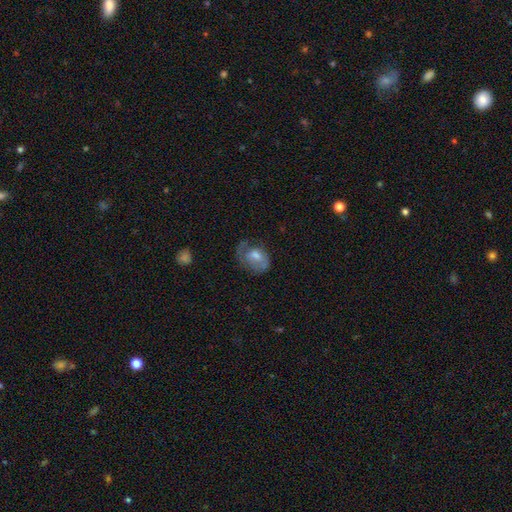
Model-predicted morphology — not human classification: featured or disk 47%, smooth 43%, star or artifact 10%. Down the decision tree: merging — none (47%).